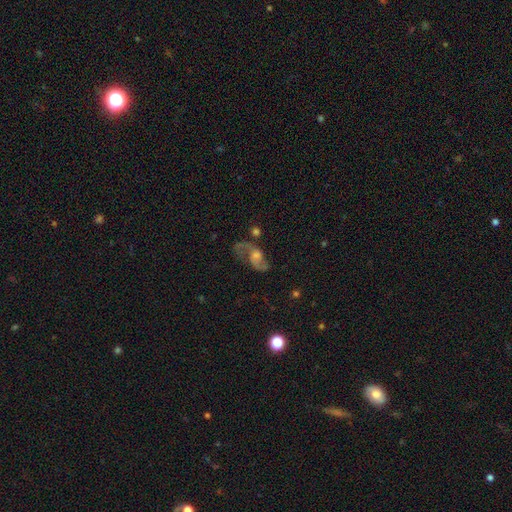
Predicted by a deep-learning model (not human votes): Smooth or featured? Predicted: featured or disk (p=0.76). Edge-on disk? Predicted: no (p=0.95). Bar? Predicted: no (p=0.61). Spiral arms? Predicted: yes (p=0.90). Spiral winding? Predicted: loose (p=0.54). Spiral arm count? Predicted: 2 (p=0.85). Bulge size? Predicted: moderate (p=0.45). Merging? Predicted: none (p=0.56).